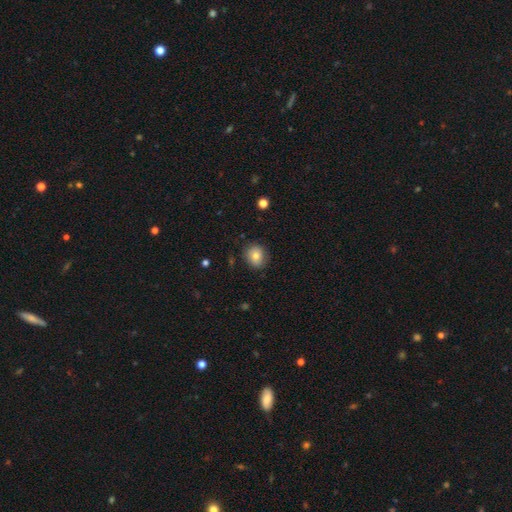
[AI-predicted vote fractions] Smooth or featured? Predicted: smooth (p=0.76). How rounded? Predicted: round (p=0.72). Merging? Predicted: none (p=0.83).